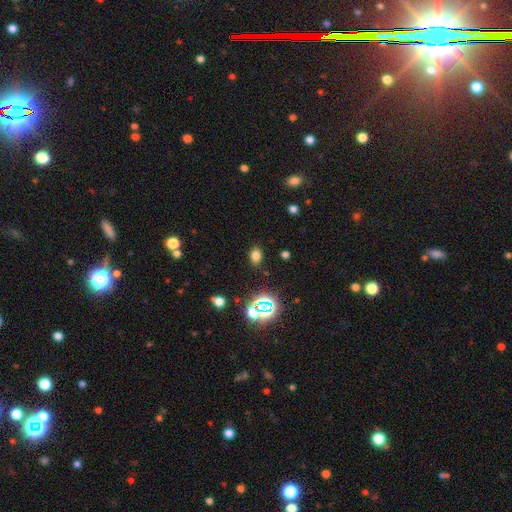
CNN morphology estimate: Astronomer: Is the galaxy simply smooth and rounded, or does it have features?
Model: smooth — 72%.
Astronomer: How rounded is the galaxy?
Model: in between — 76%.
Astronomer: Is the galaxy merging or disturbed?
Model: none — 85%.